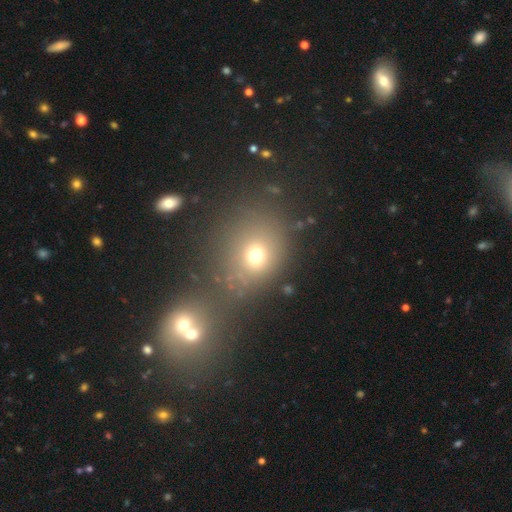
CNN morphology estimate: smooth 67%, star or artifact 19%, featured or disk 13%. Down the decision tree: how rounded — round (68%); merging — none (58%).